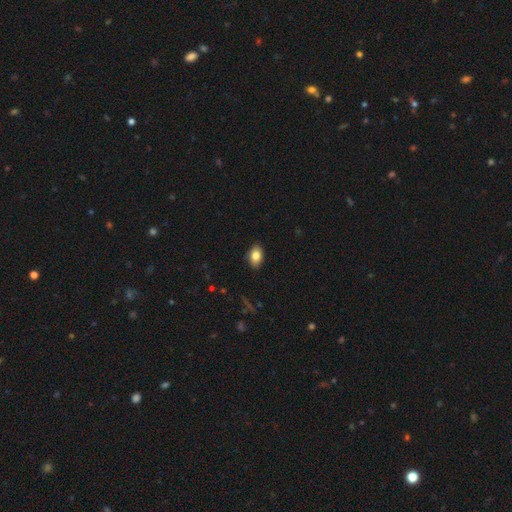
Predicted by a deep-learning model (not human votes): Smooth or featured? smooth (82%)
How rounded? in between (87%)
Merging? none (86%)